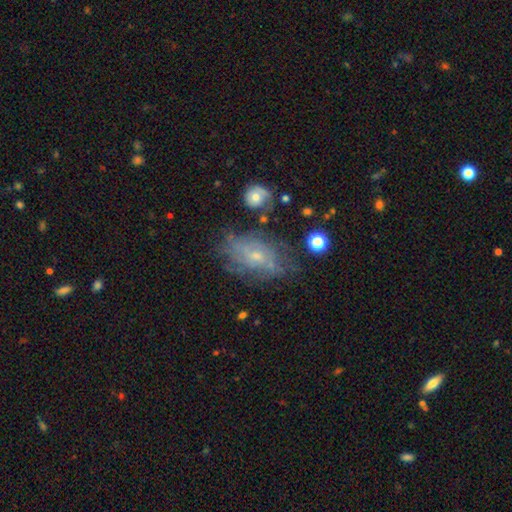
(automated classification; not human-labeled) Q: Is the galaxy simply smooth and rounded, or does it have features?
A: featured or disk — 59%.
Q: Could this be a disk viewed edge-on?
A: no — 92%.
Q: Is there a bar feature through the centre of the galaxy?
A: no — 73%.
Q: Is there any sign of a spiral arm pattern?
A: yes — 65%.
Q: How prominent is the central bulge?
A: small — 69%.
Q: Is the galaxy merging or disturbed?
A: none — 60%.